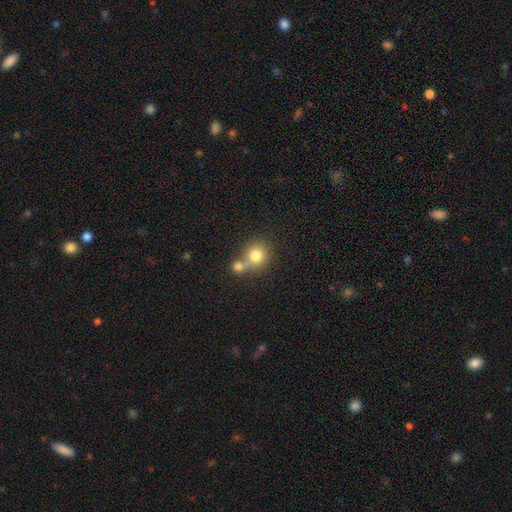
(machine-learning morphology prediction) Smooth or featured: smooth — 78% (star or artifact — 11%)
How rounded: round — 87% (in between — 12%)
Merging: merger — 45% (none — 43%)